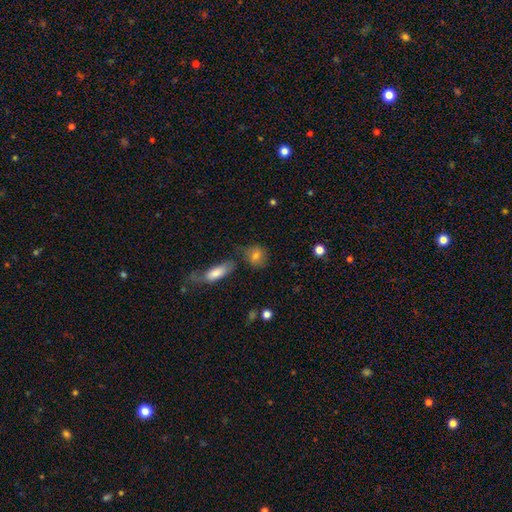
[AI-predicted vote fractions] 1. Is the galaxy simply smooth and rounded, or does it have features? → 77% smooth, 14% featured or disk, 9% star or artifact.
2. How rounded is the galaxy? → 58% round, 38% in between, 4% cigar-shaped.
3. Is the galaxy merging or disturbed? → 66% none, 17% minor disturbance, 11% merger, 6% major disturbance.